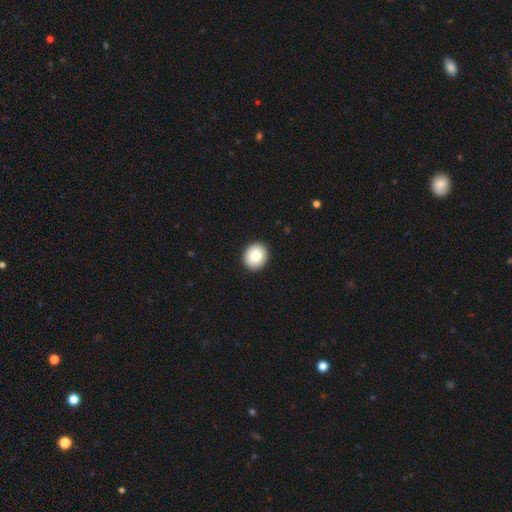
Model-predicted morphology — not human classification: A smooth galaxy with no disk features (78%) that is round (82%). Merging: none (93%).